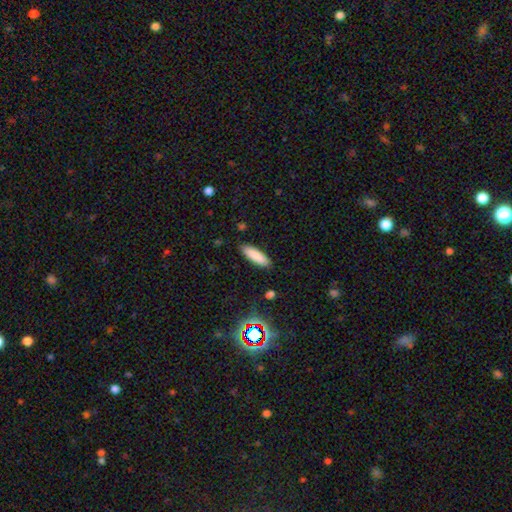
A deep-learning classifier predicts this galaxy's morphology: This appears to be a smooth galaxy with no disk features (86%) that is cigar-shaped (51%). Merging: none (89%).